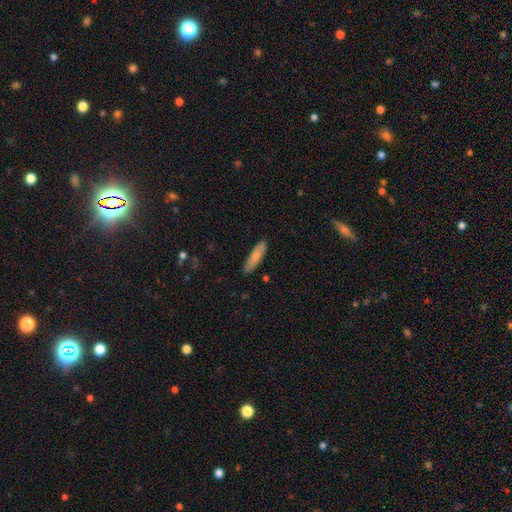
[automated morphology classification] A smooth galaxy with no disk features (80%) that is cigar-shaped (73%).

Vote fractions:
- Smooth or featured? smooth: 80% / featured or disk: 14% / star or artifact: 6%
- How rounded? cigar-shaped: 73% / in between: 25% / round: 1%
- Merging? none: 87% / minor disturbance: 9% / major disturbance: 2% / merger: 1%